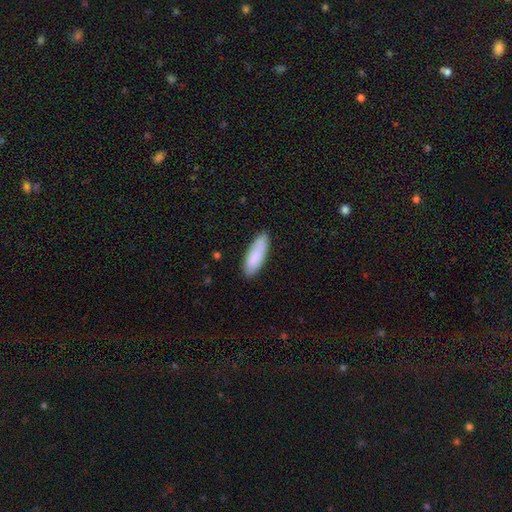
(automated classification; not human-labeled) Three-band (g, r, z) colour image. It shows a smooth galaxy with no disk features (88%) that is in between round and cigar-shaped (59%). Merging: none (85%).